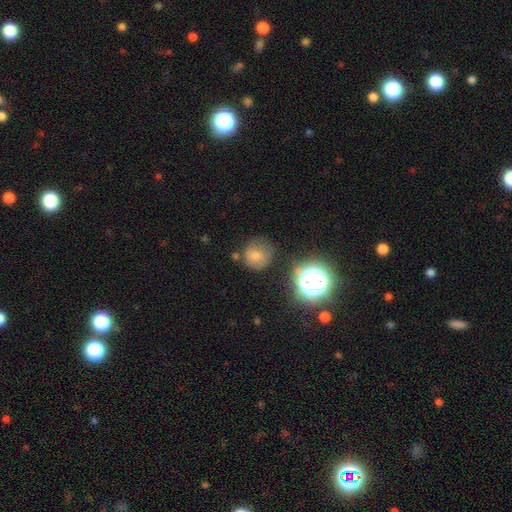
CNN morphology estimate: A smooth galaxy with no disk features (54%) that is round (89%). Merging: none (77%).